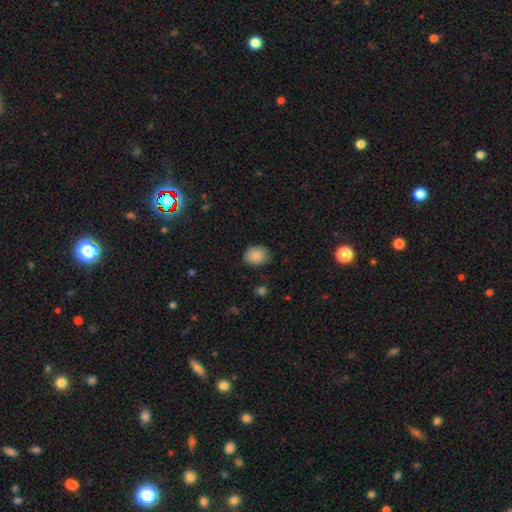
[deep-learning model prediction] Overall: smooth (87%). How rounded: in between (54%; round 45%). Merging: none (76%).